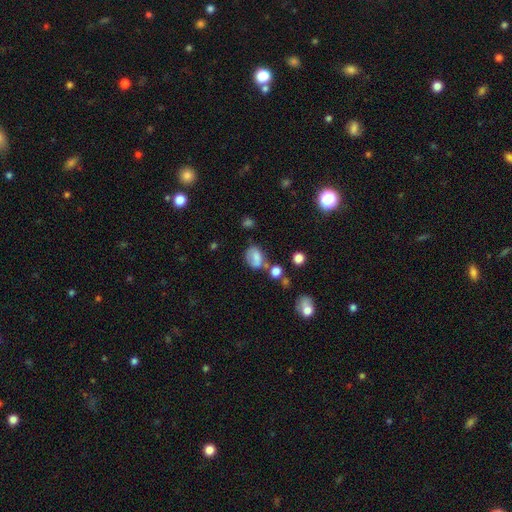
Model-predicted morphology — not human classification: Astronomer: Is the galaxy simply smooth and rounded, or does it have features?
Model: smooth — 68%.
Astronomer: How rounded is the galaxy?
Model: in between — 68%.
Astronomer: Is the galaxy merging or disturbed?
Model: none — 42% (runner-up: minor disturbance, 26%).